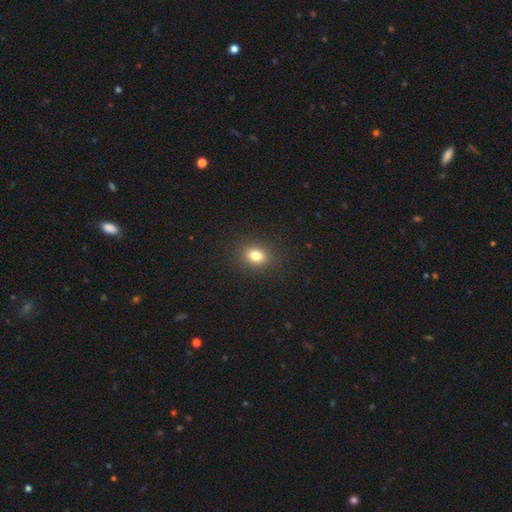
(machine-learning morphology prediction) Smooth or featured: smooth — 80% (star or artifact — 13%)
How rounded: round — 51% (in between — 48%)
Merging: none — 89% (minor disturbance — 7%)